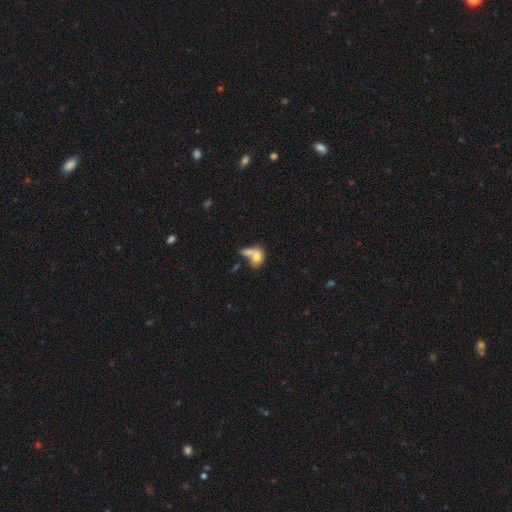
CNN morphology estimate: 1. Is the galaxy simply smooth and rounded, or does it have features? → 72% smooth, 20% featured or disk, 8% star or artifact.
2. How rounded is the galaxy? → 72% in between, 25% round, 3% cigar-shaped.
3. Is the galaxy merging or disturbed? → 59% merger, 23% none, 10% minor disturbance, 7% major disturbance.